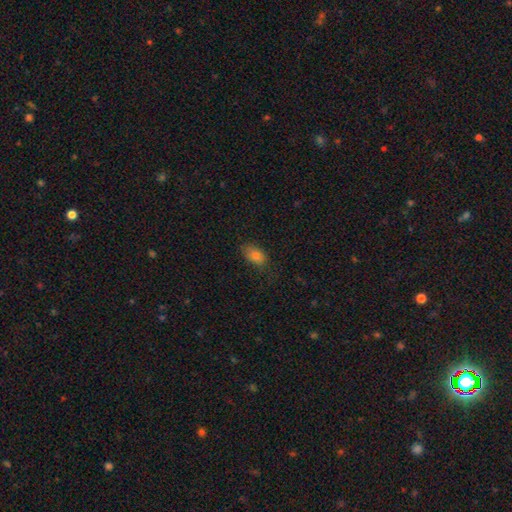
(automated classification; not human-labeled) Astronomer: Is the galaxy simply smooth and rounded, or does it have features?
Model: smooth — 80%.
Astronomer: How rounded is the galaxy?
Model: in between — 87%.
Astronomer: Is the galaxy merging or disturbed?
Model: none — 70%.